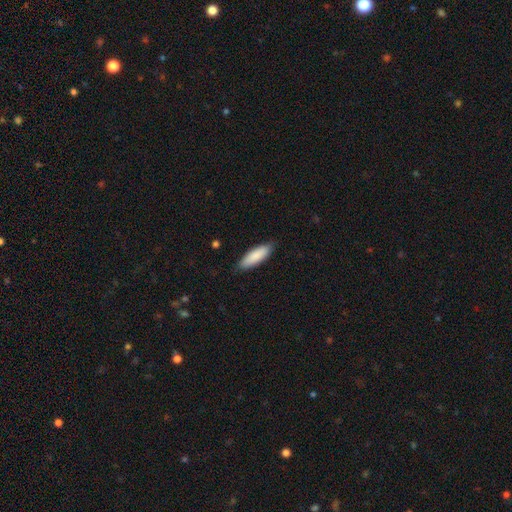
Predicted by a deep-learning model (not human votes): smooth 88%, featured or disk 7%, star or artifact 5%. Down the decision tree: how rounded — in between (53%); merging — none (86%).